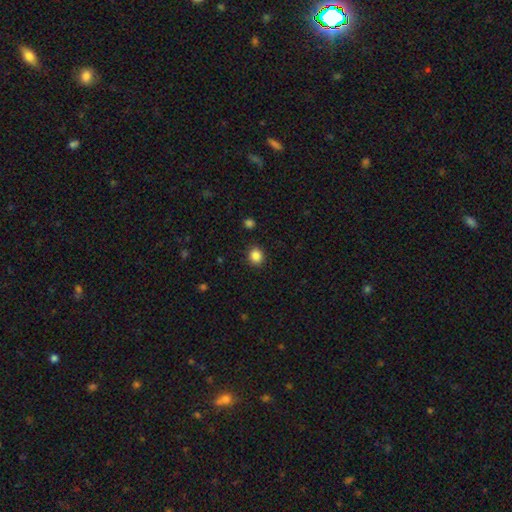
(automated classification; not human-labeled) Overall: smooth (86%). How rounded: round (74%). Merging: none (89%).